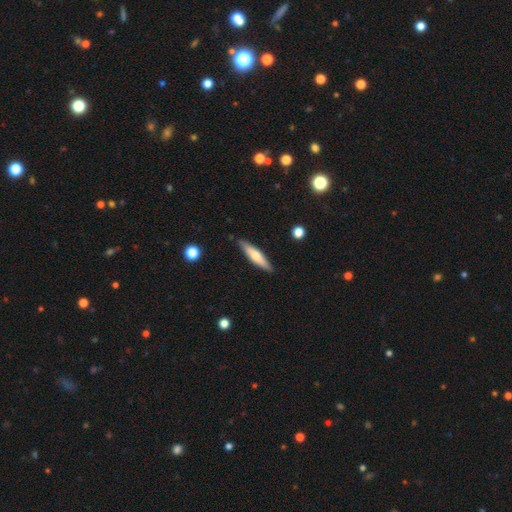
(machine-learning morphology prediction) Smooth or featured? smooth (60%)
How rounded? cigar-shaped (80%)
Merging? none (87%)